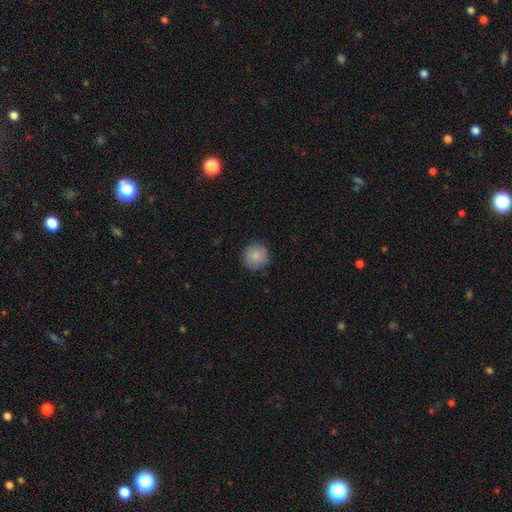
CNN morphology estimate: Smooth or featured? smooth (86%)
How rounded? round (94%)
Merging? none (87%)